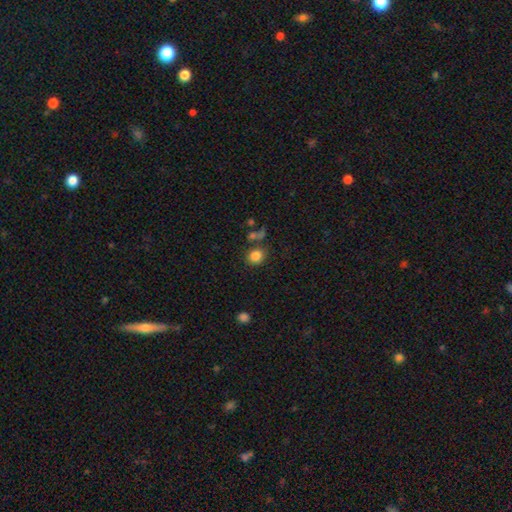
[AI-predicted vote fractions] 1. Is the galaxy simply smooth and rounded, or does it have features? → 83% smooth, 11% star or artifact, 6% featured or disk.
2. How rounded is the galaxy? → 72% round, 26% in between, 1% cigar-shaped.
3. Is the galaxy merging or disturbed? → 70% none, 12% minor disturbance, 12% merger, 6% major disturbance.